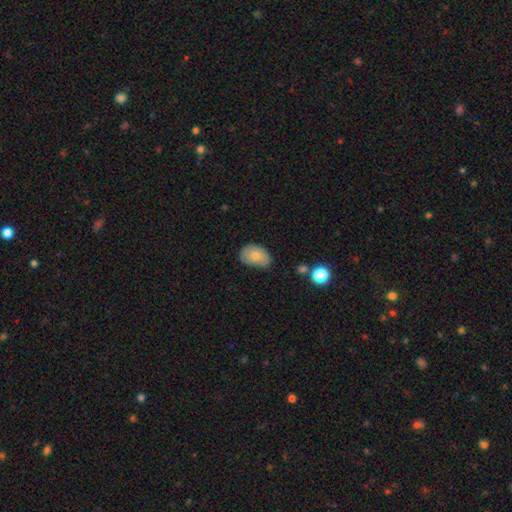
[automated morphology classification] smooth-or-featured: smooth: 76% | featured or disk: 17% | star or artifact: 8%
  how-rounded: in between: 85% | round: 14% | cigar-shaped: 1%
  merging: none: 63% | minor disturbance: 29% | major disturbance: 6% | merger: 2%